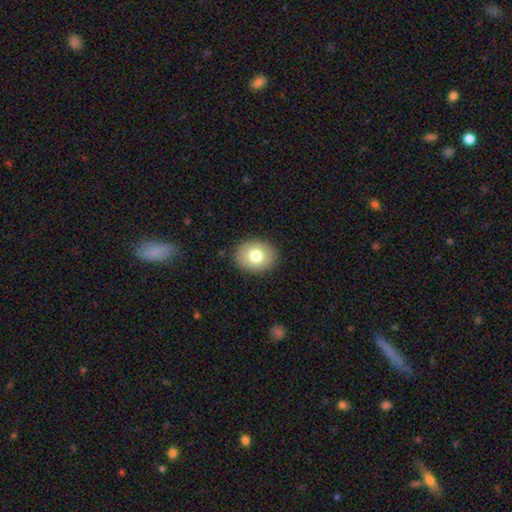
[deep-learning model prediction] Q: Smooth or featured?
A: smooth (77%); runner-up: featured or disk (14%)
Q: How rounded?
A: round (51%); runner-up: in between (49%)
Q: Merging?
A: none (89%); runner-up: minor disturbance (7%)